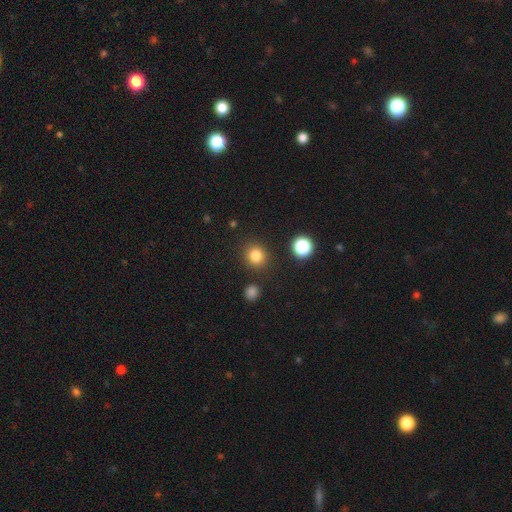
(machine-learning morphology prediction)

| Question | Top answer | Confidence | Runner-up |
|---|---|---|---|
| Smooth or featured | smooth | 81% | star or artifact (14%) |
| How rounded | round | 86% | in between (13%) |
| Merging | none | 87% | minor disturbance (7%) |